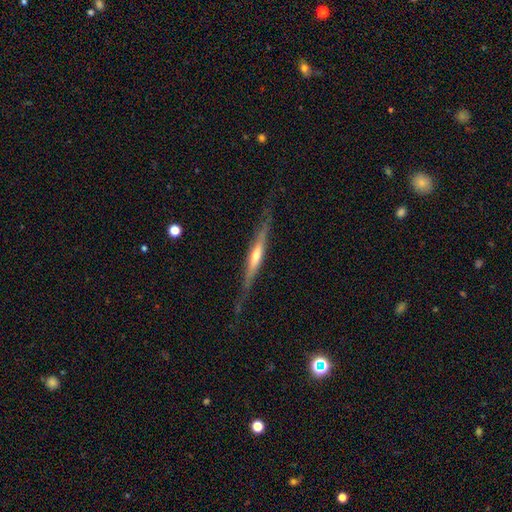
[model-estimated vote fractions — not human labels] Q: Smooth or featured?
A: featured or disk (72%); runner-up: smooth (23%)
Q: Edge-on disk?
A: yes (95%); runner-up: no (5%)
Q: Edge-on bulge?
A: rounded (57%); runner-up: none (30%)
Q: Merging?
A: none (77%); runner-up: minor disturbance (17%)